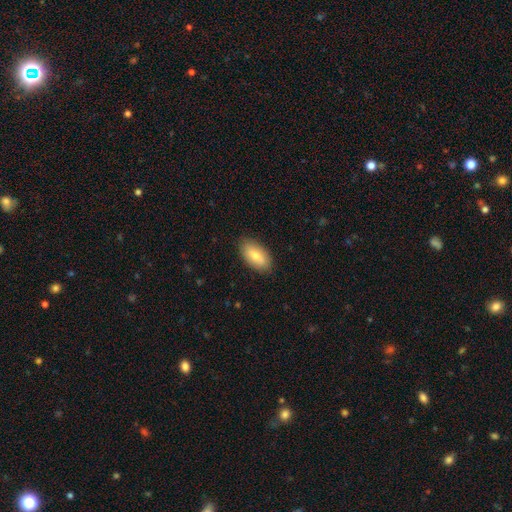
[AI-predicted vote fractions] Q: Smooth or featured?
A: smooth (76%); runner-up: featured or disk (18%)
Q: How rounded?
A: in between (93%); runner-up: cigar-shaped (4%)
Q: Merging?
A: none (87%); runner-up: minor disturbance (10%)